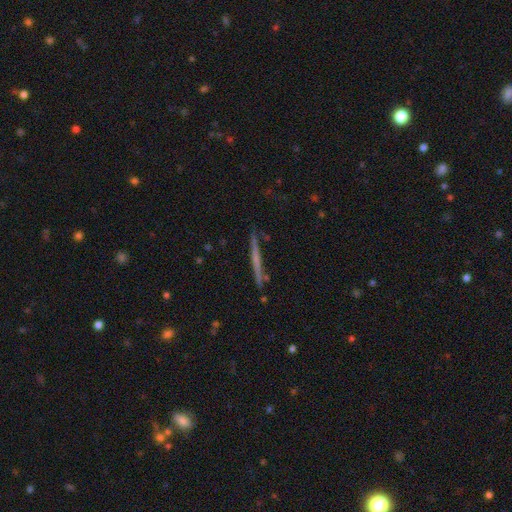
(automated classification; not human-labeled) The model was most divided on "smooth or featured": featured or disk: 46%, smooth: 34%, star or artifact: 21%. More confident: merging — none (78%).